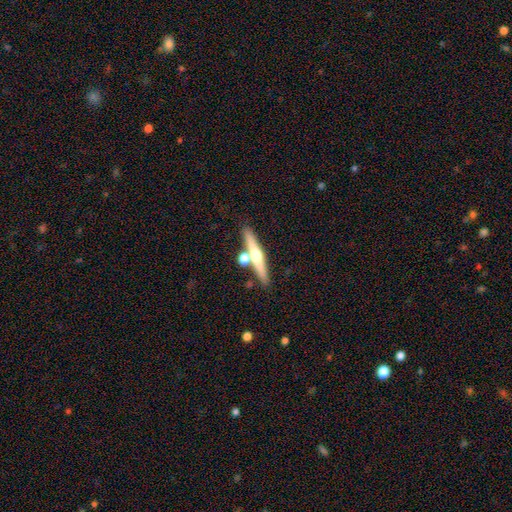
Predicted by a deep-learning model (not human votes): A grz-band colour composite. It shows a featured or disk galaxy (59%) viewed edge-on (94%) with a rounded central bulge (92%). Merging: none (70%).